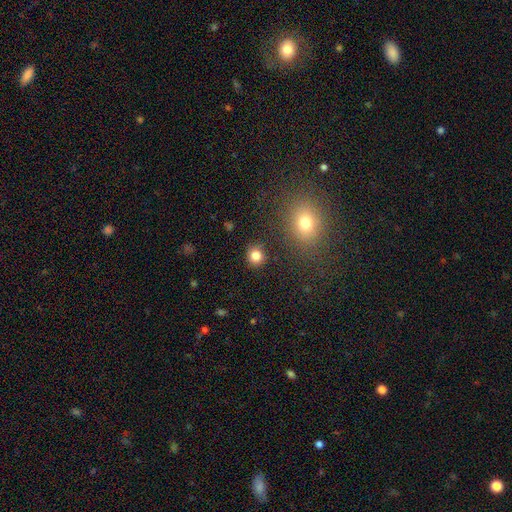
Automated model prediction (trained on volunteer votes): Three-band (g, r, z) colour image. It shows a smooth galaxy with no disk features (83%) that is round (87%). Merging: none (88%).